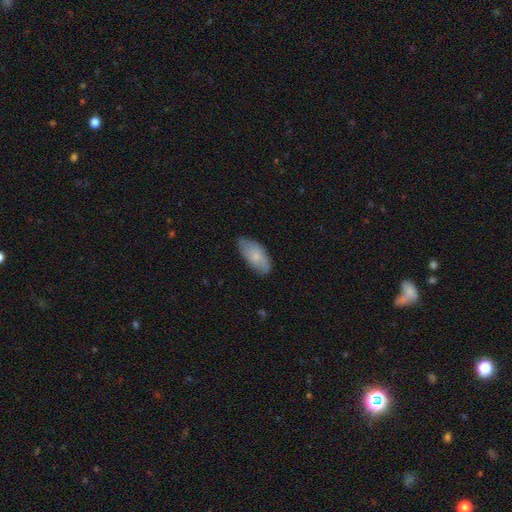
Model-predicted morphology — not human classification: Smooth or featured? smooth (74%)
How rounded? in between (90%)
Merging? none (70%)